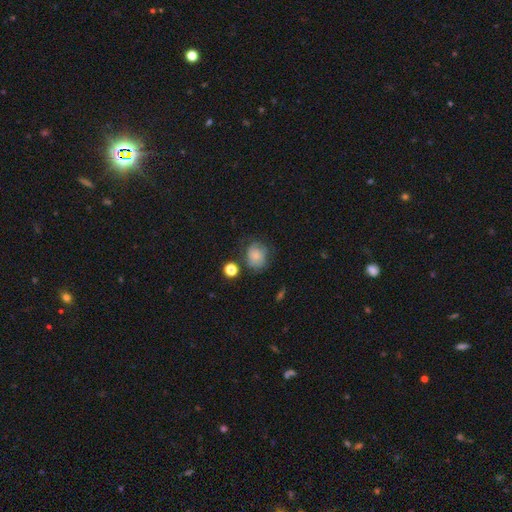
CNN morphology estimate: smooth 63%, featured or disk 27%, star or artifact 10%. Down the decision tree: how rounded — round (68%); merging — none (57%).